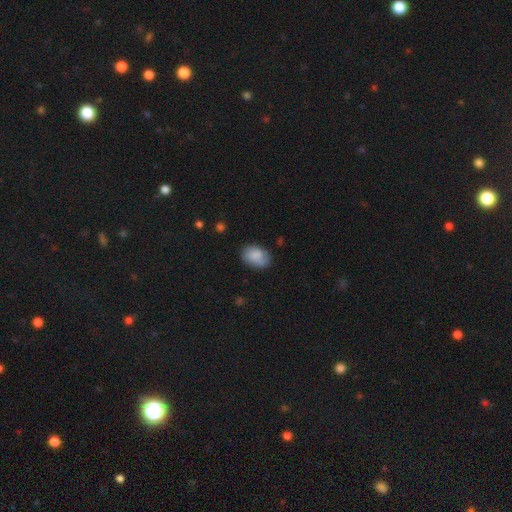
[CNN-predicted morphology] smooth-or-featured: smooth: 83% | featured or disk: 10% | star or artifact: 7%
  how-rounded: in between: 83% | round: 16% | cigar-shaped: 1%
  merging: none: 71% | minor disturbance: 22% | major disturbance: 5% | merger: 2%